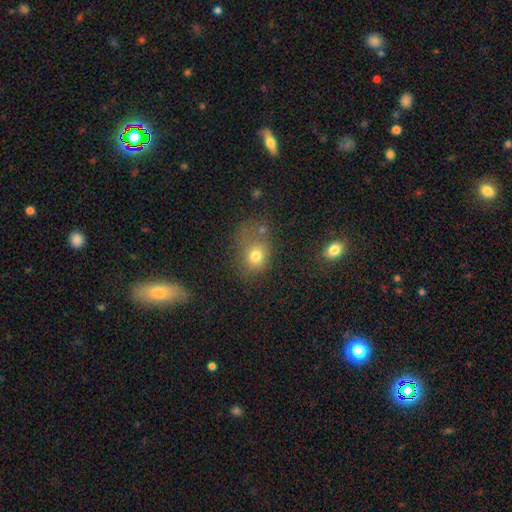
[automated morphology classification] smooth_or_featured: smooth (p=0.74) [alt: star or artifact p=0.14]
how_rounded: in between (p=0.50) [alt: round p=0.49]
merging: none (p=0.44) [alt: minor disturbance p=0.23]